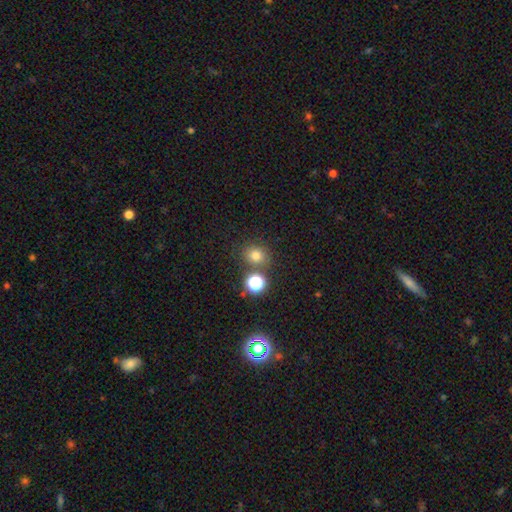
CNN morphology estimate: This is likely a smooth galaxy (75%). How rounded: likely round (77%). Merging: likely none (75%).